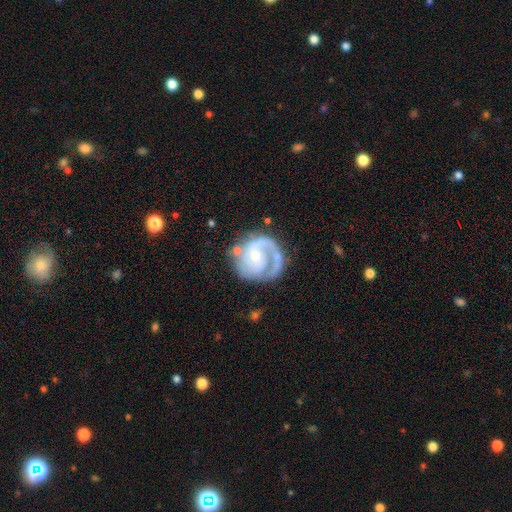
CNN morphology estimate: Smooth or featured: featured or disk — 85% (smooth — 10%)
Edge-on disk: no — 98% (yes — 2%)
Bar: no — 62% (weak — 31%)
Spiral arms: yes — 94% (no — 6%)
Spiral winding: tight — 51% (medium — 37%)
Spiral arm count: 2 — 42% (1 — 38%)
Bulge size: small — 59% (moderate — 37%)
Merging: none — 63% (minor disturbance — 19%)